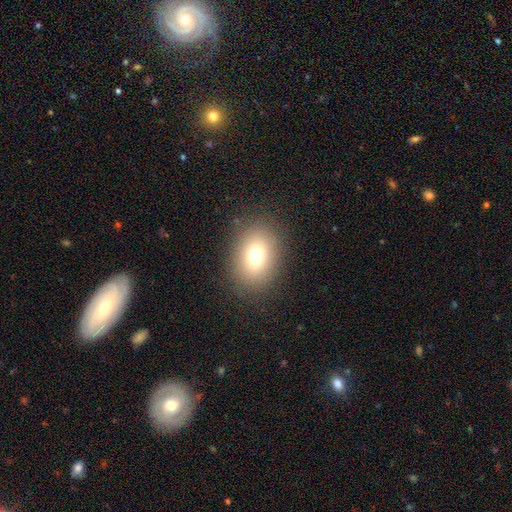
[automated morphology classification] type=smooth (73%); roundness=in between (66%); merging=none (86%).